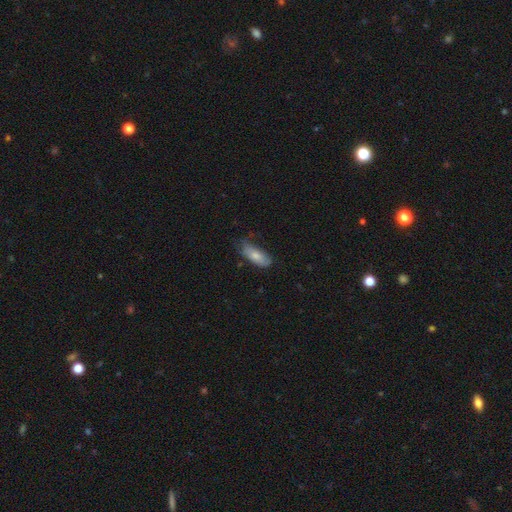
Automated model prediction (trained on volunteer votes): smooth 76%, featured or disk 18%, star or artifact 7%. Down the decision tree: how rounded — in between (79%); merging — none (52%).